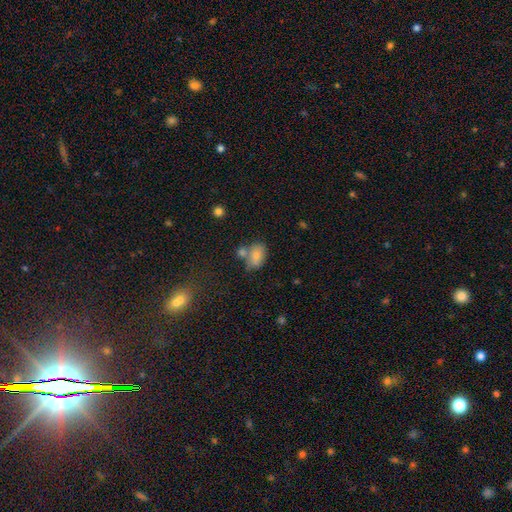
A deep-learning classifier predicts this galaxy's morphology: Q: Smooth or featured?
A: smooth (78%); runner-up: featured or disk (12%)
Q: How rounded?
A: in between (83%); runner-up: round (15%)
Q: Merging?
A: none (49%); runner-up: merger (28%)